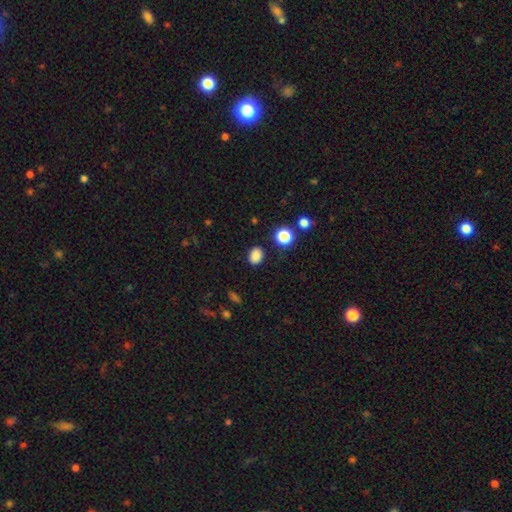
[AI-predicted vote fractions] A smooth galaxy with no disk features (84%) that is in between round and cigar-shaped (60%). Merging: none (86%).